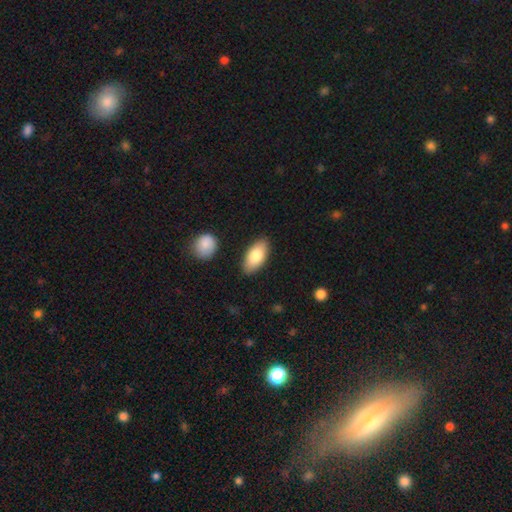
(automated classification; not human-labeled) This is clearly a smooth galaxy (80%). How rounded: clearly in between (91%). Merging: clearly none (86%).